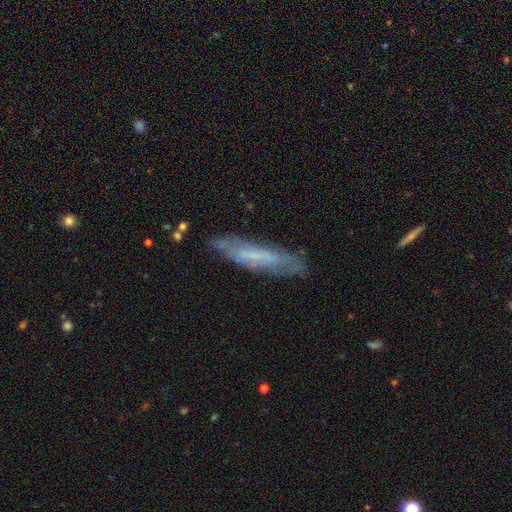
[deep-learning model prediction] A featured or disk galaxy (54%) viewed edge-on (54%).

Vote fractions:
- Smooth or featured? featured or disk: 54% / smooth: 39% / star or artifact: 8%
- Edge-on disk? yes: 54% / no: 46%
- Merging? none: 75% / minor disturbance: 18% / major disturbance: 5% / merger: 2%